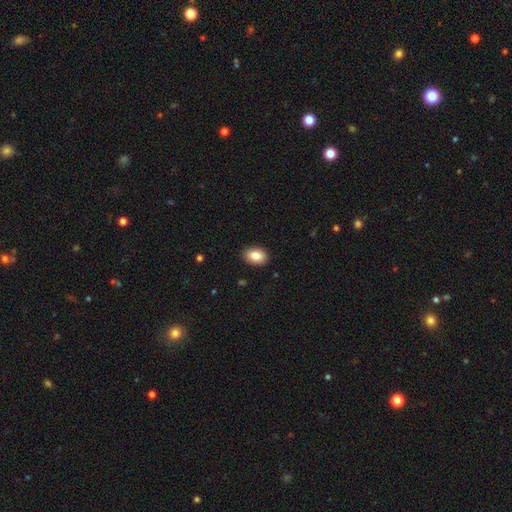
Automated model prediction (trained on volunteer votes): Q: Smooth or featured?
A: smooth (85%); runner-up: star or artifact (8%)
Q: How rounded?
A: in between (81%); runner-up: round (18%)
Q: Merging?
A: none (90%); runner-up: minor disturbance (8%)